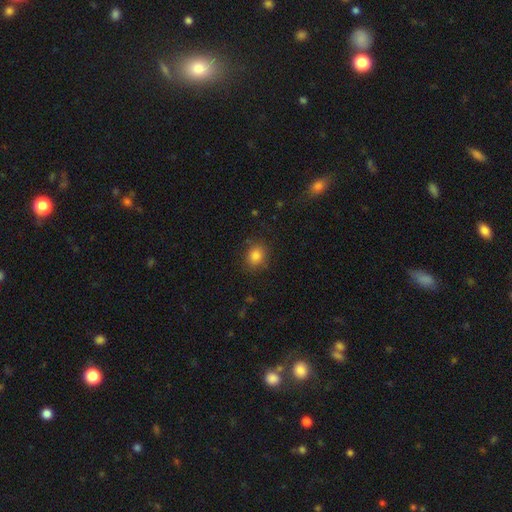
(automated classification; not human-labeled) A smooth galaxy with no disk features (84%) that is round (66%).

Vote fractions:
- Smooth or featured? smooth: 84% / star or artifact: 10% / featured or disk: 5%
- How rounded? round: 66% / in between: 33% / cigar-shaped: 1%
- Merging? none: 84% / minor disturbance: 11% / major disturbance: 3% / merger: 1%